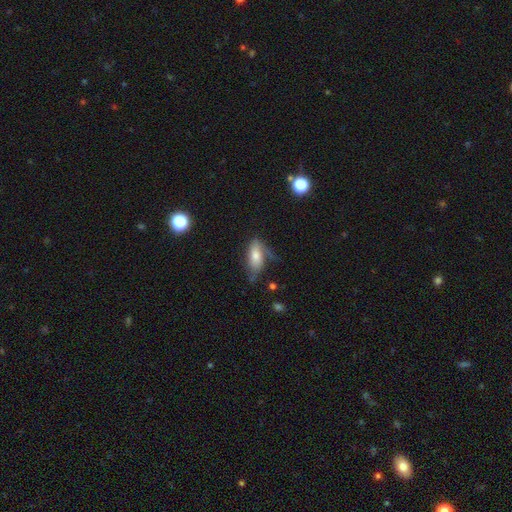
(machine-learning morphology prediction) smooth 65%, featured or disk 26%, star or artifact 8%. Down the decision tree: how rounded — in between (83%); merging — none (41%).